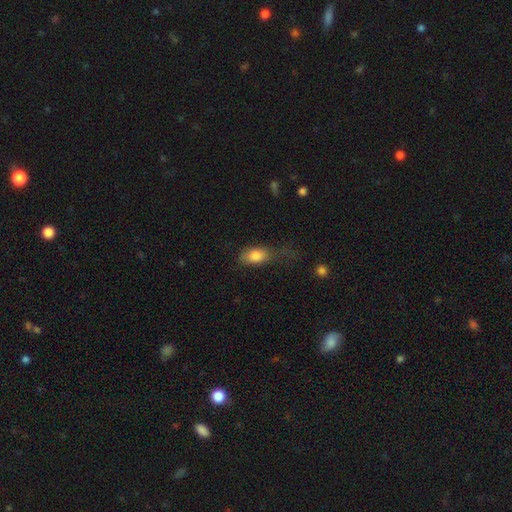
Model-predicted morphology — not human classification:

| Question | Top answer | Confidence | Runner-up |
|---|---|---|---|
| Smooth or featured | smooth | 82% | featured or disk (11%) |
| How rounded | in between | 86% | round (9%) |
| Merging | none | 40% | minor disturbance (30%) |